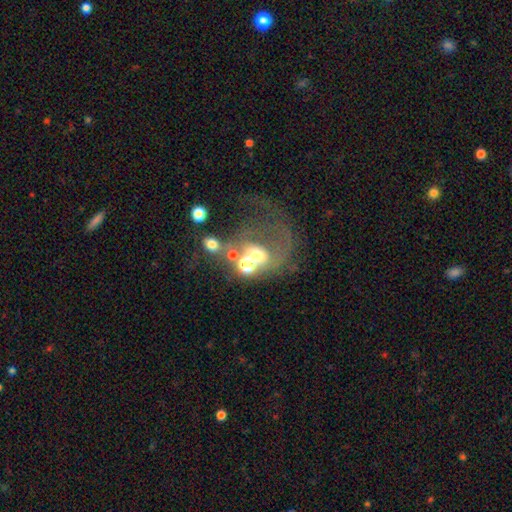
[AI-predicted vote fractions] Smooth or featured: smooth — 39% (featured or disk — 37%)
Merging: merger — 35% (major disturbance — 32%)